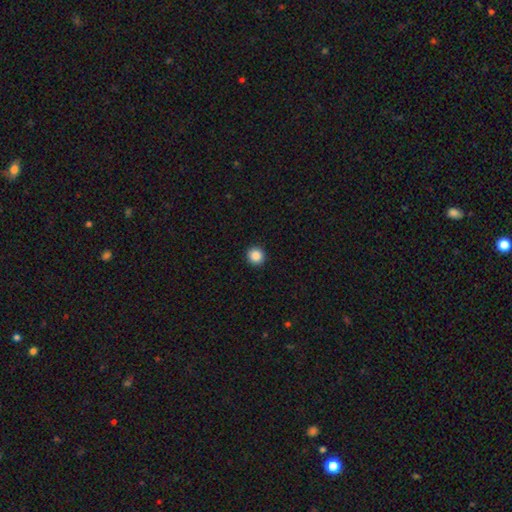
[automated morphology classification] Smooth or featured? Predicted: smooth (p=0.88). How rounded? Predicted: round (p=0.94). Merging? Predicted: none (p=0.93).